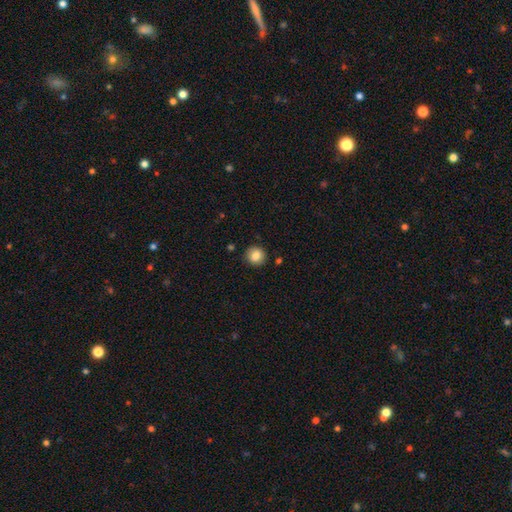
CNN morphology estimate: smooth_or_featured: smooth (p=0.84) [alt: star or artifact p=0.09]
how_rounded: round (p=0.92) [alt: in between p=0.07]
merging: none (p=0.89) [alt: minor disturbance p=0.07]